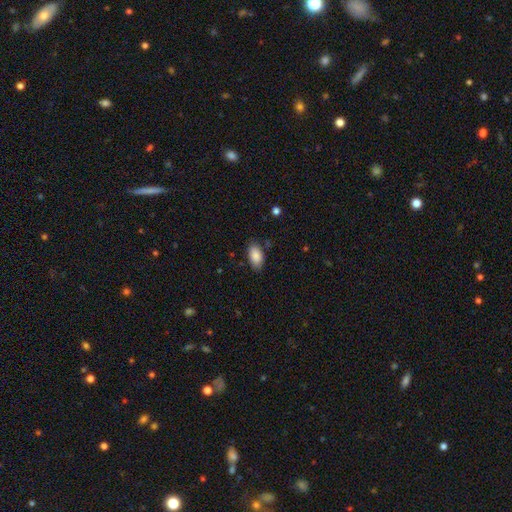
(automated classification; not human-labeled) Smooth or featured?
  - smooth: 87% *
  - star or artifact: 7%
  - featured or disk: 6%
How rounded?
  - in between: 93% *
  - round: 4%
  - cigar-shaped: 3%
Merging?
  - none: 82% *
  - minor disturbance: 13%
  - major disturbance: 3%
  - merger: 2%